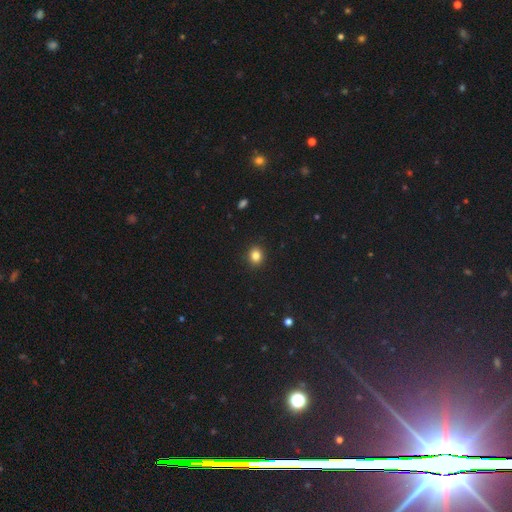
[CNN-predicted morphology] Q: Smooth or featured?
A: smooth (83%); runner-up: star or artifact (12%)
Q: How rounded?
A: round (71%); runner-up: in between (28%)
Q: Merging?
A: none (91%); runner-up: minor disturbance (6%)